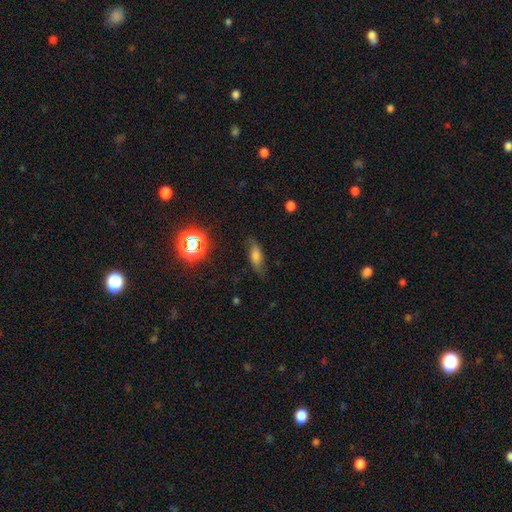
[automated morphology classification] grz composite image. It shows a smooth galaxy with no disk features (62%) that is in between round and cigar-shaped (66%). Merging: none (73%).